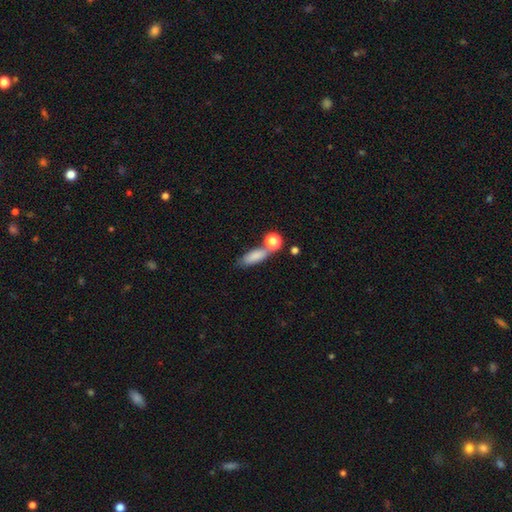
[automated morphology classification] Smooth or featured?
  - smooth: 81% *
  - featured or disk: 10%
  - star or artifact: 9%
How rounded?
  - in between: 61% *
  - cigar-shaped: 31%
  - round: 8%
Merging?
  - none: 52% *
  - merger: 27%
  - minor disturbance: 15%
  - major disturbance: 6%